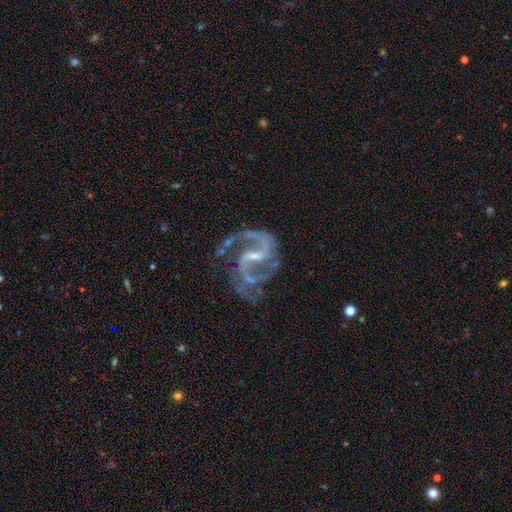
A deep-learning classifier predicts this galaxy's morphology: The model was most divided on "bar": weak: 50%, strong: 33%, no: 17%. More confident: spiral arms — yes (98%); edge-on disk — no (98%); smooth or featured — featured or disk (92%); spiral arm count — 2 (90%); bulge size — small (65%); merging — none (62%); spiral winding — medium (60%).